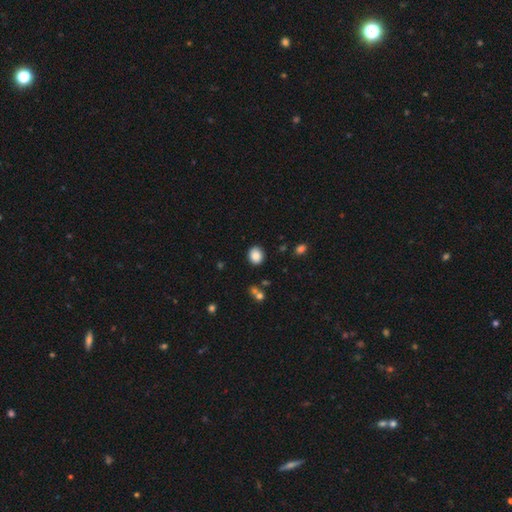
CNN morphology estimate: Overall: smooth (86%). How rounded: round (66%; in between 33%). Merging: none (88%).